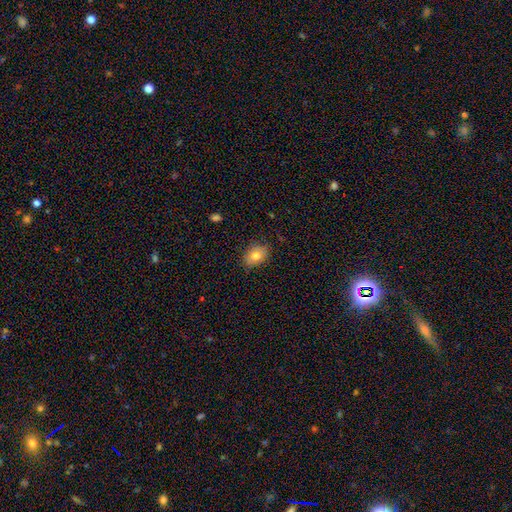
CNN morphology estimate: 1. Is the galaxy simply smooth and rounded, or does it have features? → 79% smooth, 12% featured or disk, 9% star or artifact.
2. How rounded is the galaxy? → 68% in between, 31% round, 1% cigar-shaped.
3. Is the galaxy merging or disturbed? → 83% none, 14% minor disturbance, 3% major disturbance, 1% merger.